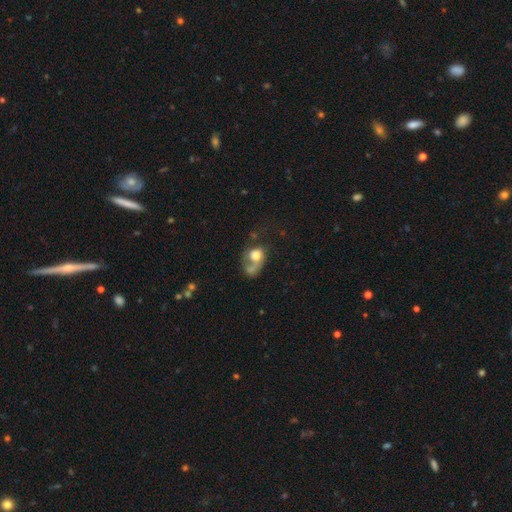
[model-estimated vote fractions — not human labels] The model was most divided on "how rounded": in between: 53%, round: 45%, cigar-shaped: 2%. Remaining: smooth or featured — smooth (55%); merging — major disturbance (37%).